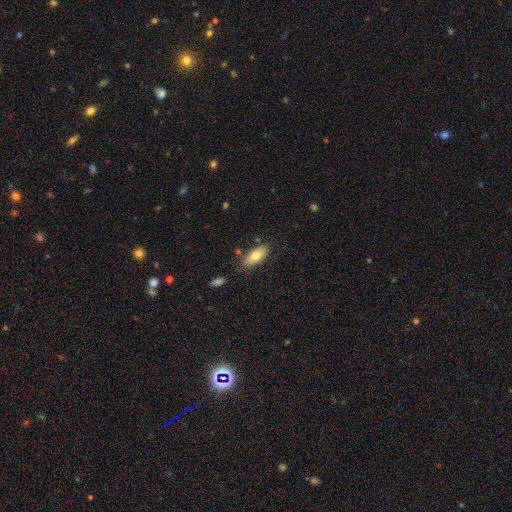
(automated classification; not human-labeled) Smooth or featured? smooth (74%)
How rounded? in between (86%)
Merging? none (77%)